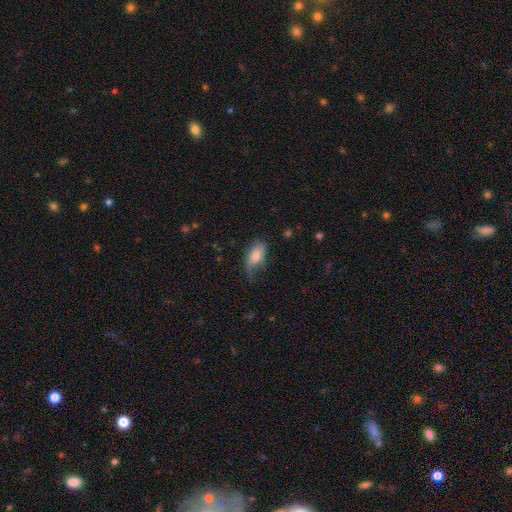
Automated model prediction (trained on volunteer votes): smooth-or-featured: smooth: 70% | featured or disk: 23% | star or artifact: 7%
  how-rounded: in between: 90% | cigar-shaped: 6% | round: 4%
  merging: none: 42% | minor disturbance: 35% | major disturbance: 20% | merger: 2%